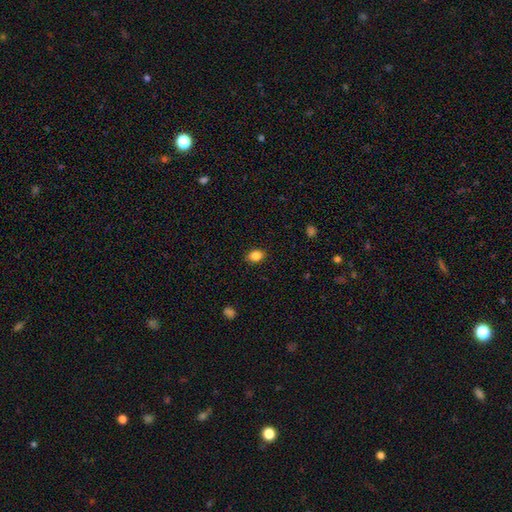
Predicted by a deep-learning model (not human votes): A smooth galaxy with no disk features (86%) that is in between round and cigar-shaped (70%).

Vote fractions:
- Smooth or featured? smooth: 86% / star or artifact: 10% / featured or disk: 5%
- How rounded? in between: 70% / round: 29% / cigar-shaped: 1%
- Merging? none: 86% / minor disturbance: 10% / major disturbance: 2% / merger: 1%